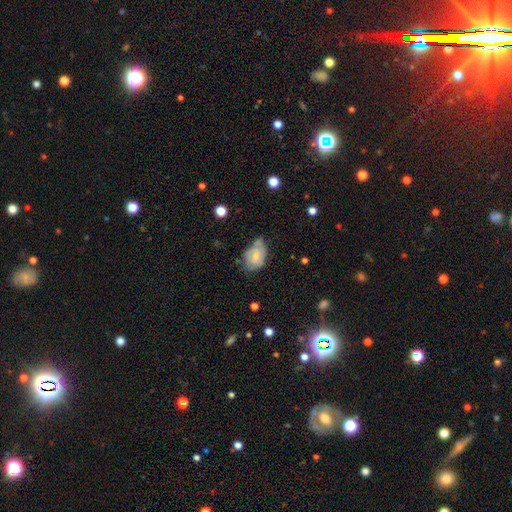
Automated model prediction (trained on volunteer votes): smooth 55%, featured or disk 37%, star or artifact 8%. Down the decision tree: how rounded — in between (82%); merging — none (42%).